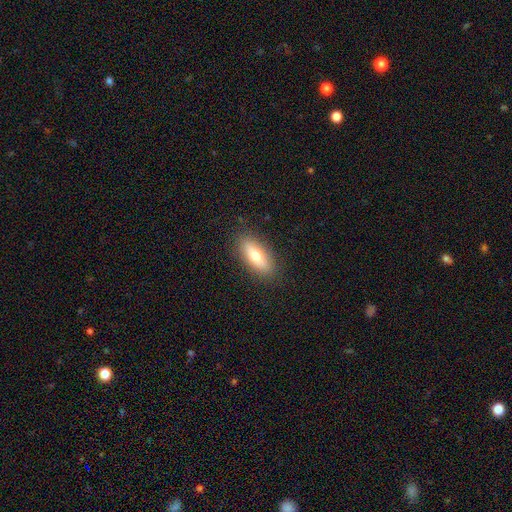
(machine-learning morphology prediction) A smooth galaxy with no disk features (70%) that is in between round and cigar-shaped (69%).

Vote fractions:
- Smooth or featured? smooth: 70% / featured or disk: 24% / star or artifact: 7%
- How rounded? in between: 69% / cigar-shaped: 29% / round: 3%
- Merging? none: 88% / minor disturbance: 9% / major disturbance: 2% / merger: 1%